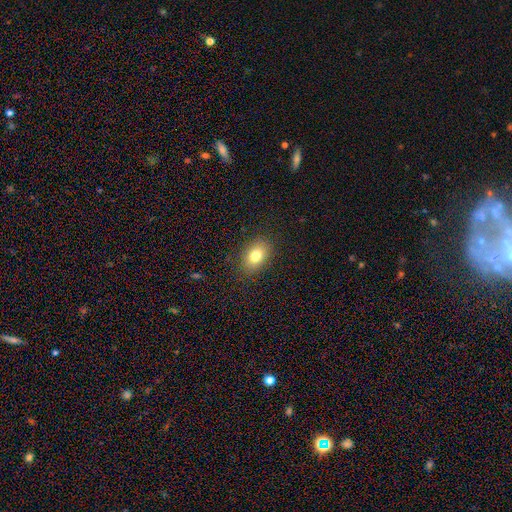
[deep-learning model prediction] A smooth galaxy with no disk features (79%) that is in between round and cigar-shaped (78%). Merging: none (86%).